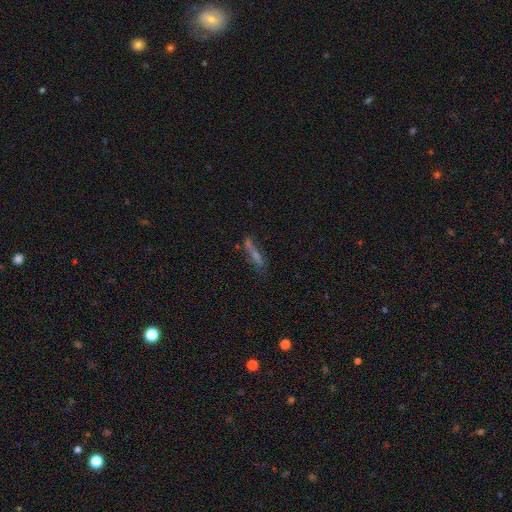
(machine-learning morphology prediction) type=smooth (47%); merging=none (64%).